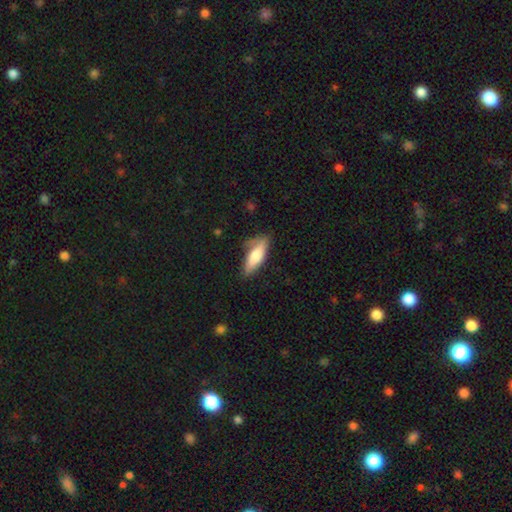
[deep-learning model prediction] Smooth or featured? smooth (70%)
How rounded? in between (53%)
Merging? none (65%)